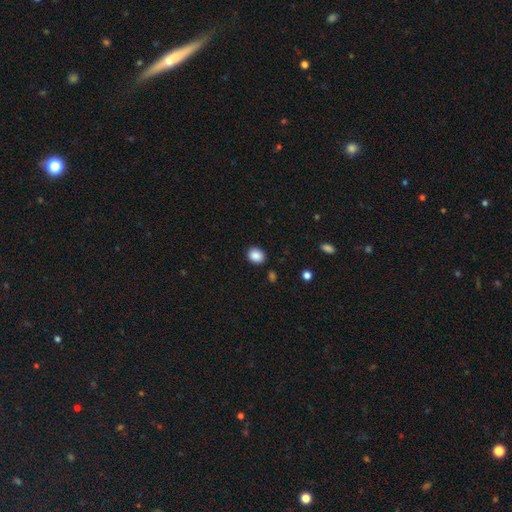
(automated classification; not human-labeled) Overall: smooth (88%). How rounded: round (52%; in between 47%). Merging: none (88%).